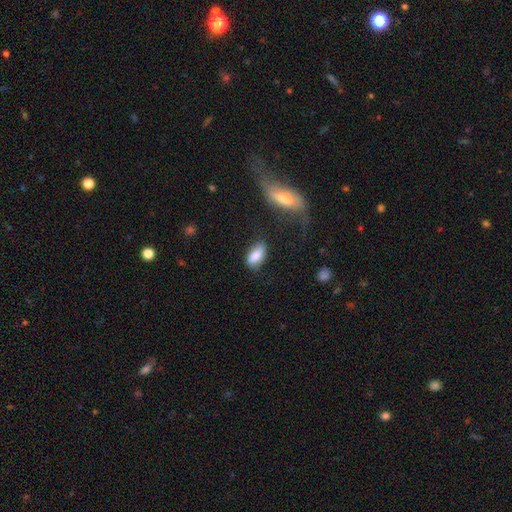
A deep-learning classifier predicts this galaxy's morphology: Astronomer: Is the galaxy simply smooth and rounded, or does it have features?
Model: smooth — 83%.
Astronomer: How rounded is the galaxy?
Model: in between — 88%.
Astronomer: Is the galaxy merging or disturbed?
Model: none — 68%.